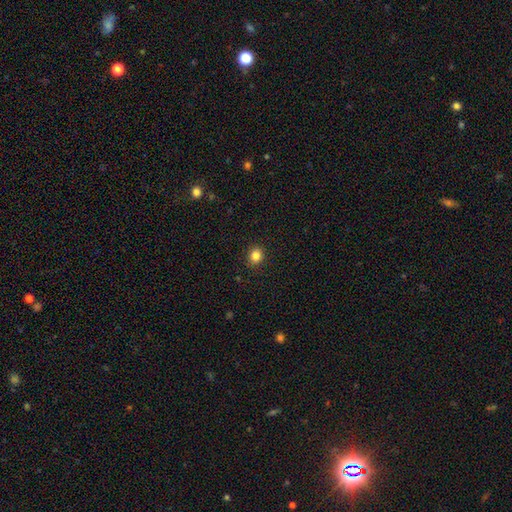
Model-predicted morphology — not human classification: A smooth galaxy with no disk features (85%) that is round (75%). Merging: none (91%).